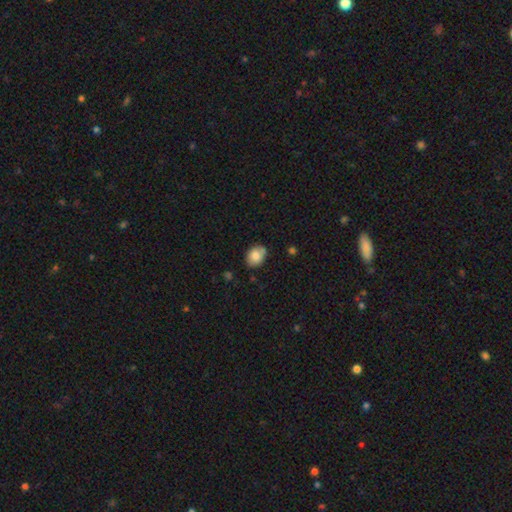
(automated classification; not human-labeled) The model was most divided on "how rounded": in between: 61%, round: 38%, cigar-shaped: 1%. More confident: smooth or featured — smooth (82%); merging — none (68%).